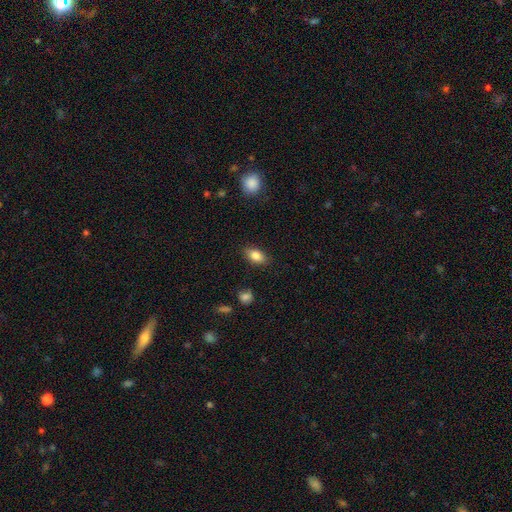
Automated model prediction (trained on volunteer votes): smooth_or_featured: smooth (p=0.84) [alt: star or artifact p=0.08]
how_rounded: in between (p=0.88) [alt: round p=0.07]
merging: none (p=0.85) [alt: minor disturbance p=0.11]